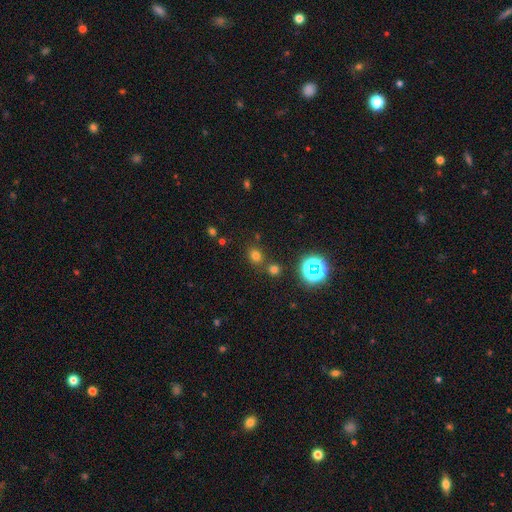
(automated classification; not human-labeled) A smooth galaxy with no disk features (65%) that is round (70%). Merging: none (73%).